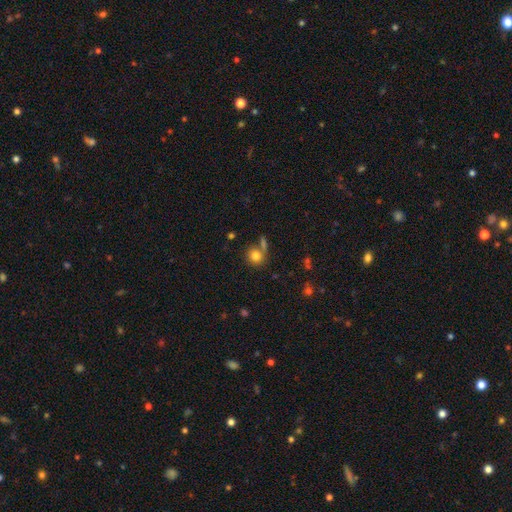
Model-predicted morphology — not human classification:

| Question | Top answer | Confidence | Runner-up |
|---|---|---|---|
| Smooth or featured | smooth | 80% | star or artifact (11%) |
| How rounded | round | 84% | in between (15%) |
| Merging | none | 60% | merger (22%) |